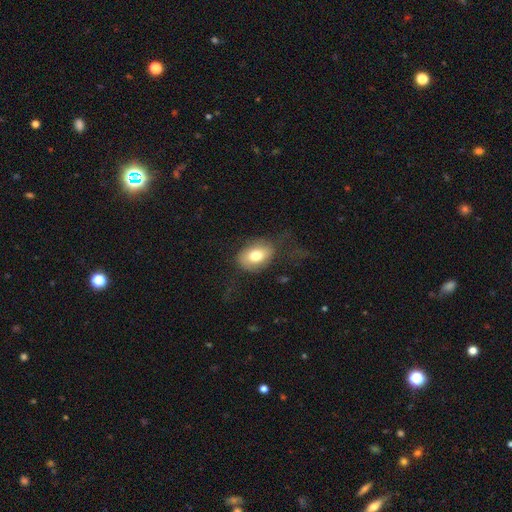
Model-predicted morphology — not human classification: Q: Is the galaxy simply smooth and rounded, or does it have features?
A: smooth — 75%.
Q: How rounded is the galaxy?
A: in between — 78%.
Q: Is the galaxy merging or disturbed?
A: none — 58%.